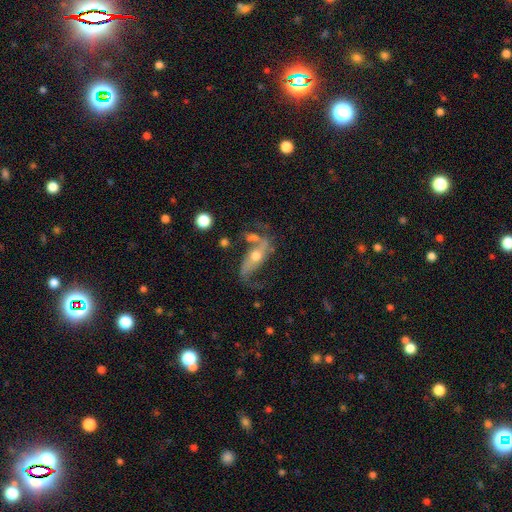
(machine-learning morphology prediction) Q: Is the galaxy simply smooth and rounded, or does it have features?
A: featured or disk — 81%.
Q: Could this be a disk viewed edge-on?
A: no — 87%.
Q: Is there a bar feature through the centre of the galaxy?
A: no — 52%.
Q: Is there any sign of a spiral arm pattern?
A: yes — 91%.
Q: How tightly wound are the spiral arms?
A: loose — 77%.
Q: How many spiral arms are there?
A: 2 — 88%.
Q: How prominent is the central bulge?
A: moderate — 66%.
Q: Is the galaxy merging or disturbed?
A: none — 49%.